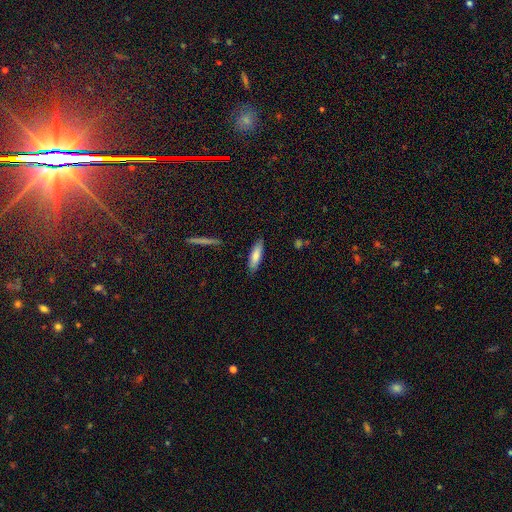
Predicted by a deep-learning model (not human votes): A smooth galaxy with no disk features (77%) that is cigar-shaped (60%). Merging: none (85%).